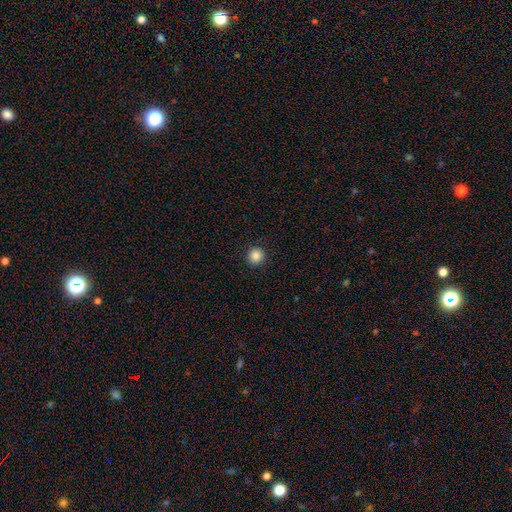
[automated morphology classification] This appears to be a smooth galaxy with no disk features (86%) that is round (95%). Merging: none (93%).